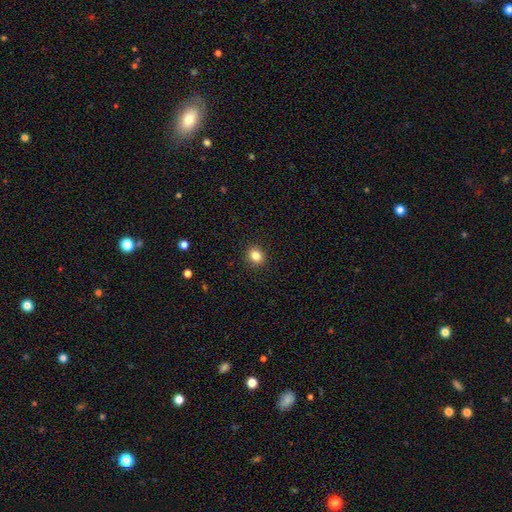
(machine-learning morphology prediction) Smooth or featured: smooth — 83% (star or artifact — 11%)
How rounded: round — 75% (in between — 24%)
Merging: none — 92% (minor disturbance — 6%)